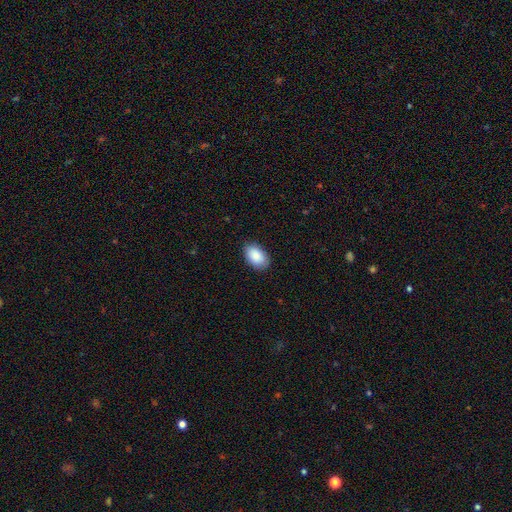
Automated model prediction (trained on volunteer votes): smooth 88%, star or artifact 6%, featured or disk 5%. Down the decision tree: how rounded — in between (92%); merging — none (85%).